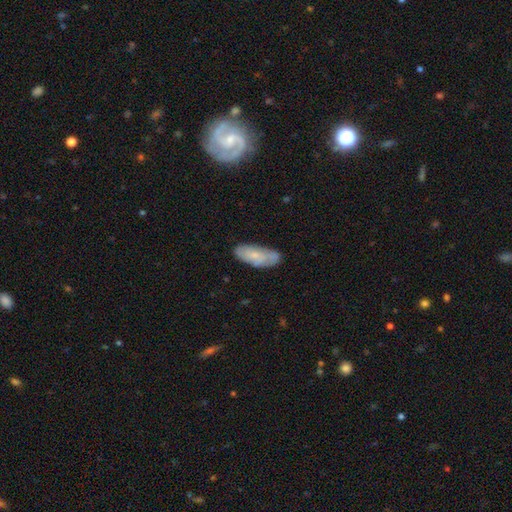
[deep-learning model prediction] Q: Smooth or featured?
A: smooth (56%); runner-up: featured or disk (37%)
Q: How rounded?
A: in between (77%); runner-up: cigar-shaped (21%)
Q: Merging?
A: none (71%); runner-up: minor disturbance (22%)